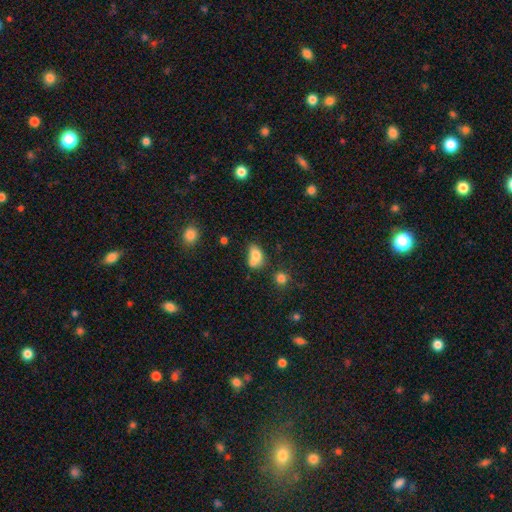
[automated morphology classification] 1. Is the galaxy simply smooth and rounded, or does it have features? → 74% smooth, 15% featured or disk, 10% star or artifact.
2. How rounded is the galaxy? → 76% in between, 22% round, 2% cigar-shaped.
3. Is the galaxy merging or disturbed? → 50% merger, 29% none, 14% minor disturbance, 7% major disturbance.